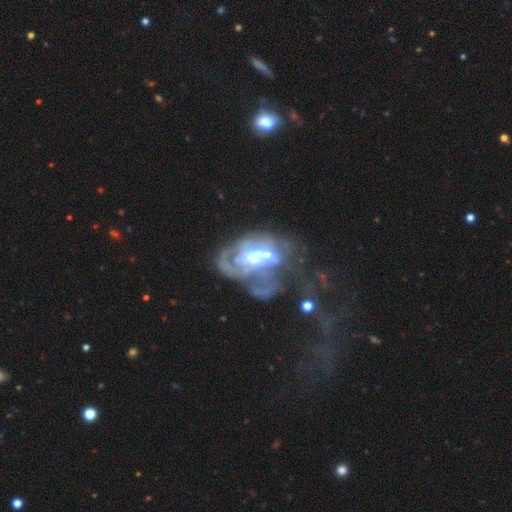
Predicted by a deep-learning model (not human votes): Q: Smooth or featured?
A: featured or disk (71%); runner-up: smooth (17%)
Q: Edge-on disk?
A: no (96%); runner-up: yes (4%)
Q: Bar?
A: no (69%); runner-up: weak (22%)
Q: Spiral arms?
A: no (67%); runner-up: yes (33%)
Q: Bulge size?
A: moderate (54%); runner-up: large (19%)
Q: Merging?
A: merger (42%); runner-up: major disturbance (36%)